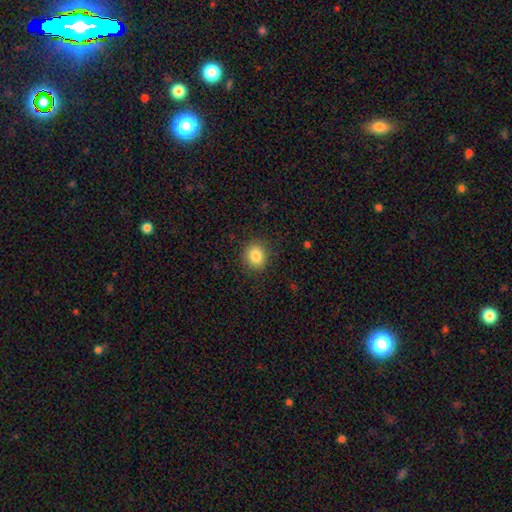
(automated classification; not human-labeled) Smooth or featured: smooth — 85% (star or artifact — 10%)
How rounded: round — 79% (in between — 20%)
Merging: none — 88% (minor disturbance — 8%)